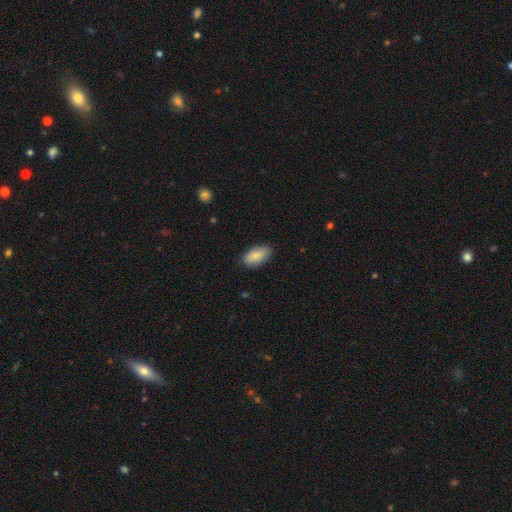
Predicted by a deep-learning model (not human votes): smooth_or_featured: smooth (p=0.79) [alt: featured or disk p=0.14]
how_rounded: in between (p=0.92) [alt: cigar-shaped p=0.05]
merging: none (p=0.82) [alt: minor disturbance p=0.14]